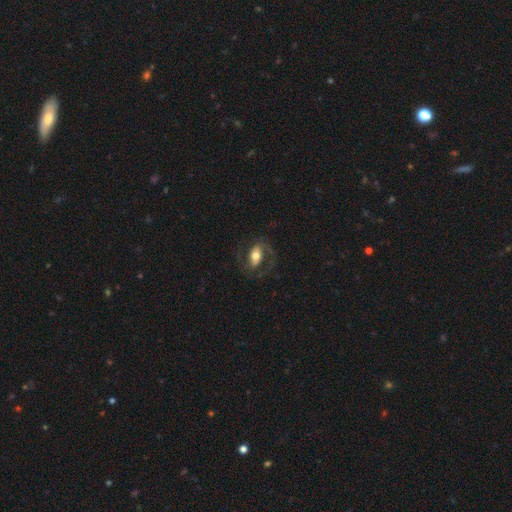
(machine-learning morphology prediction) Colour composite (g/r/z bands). It shows a featured or disk galaxy (64%) with a strong bar (38%), spiral arms (83%) and a moderate central bulge (61%). Merging: none (66%).